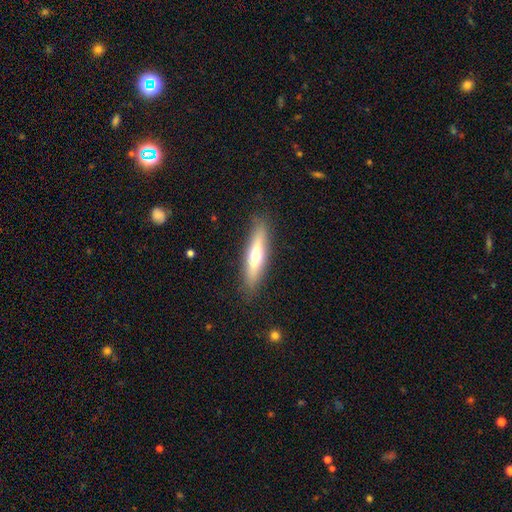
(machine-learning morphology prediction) type=smooth (51%); roundness=cigar-shaped (78%); merging=none (87%).